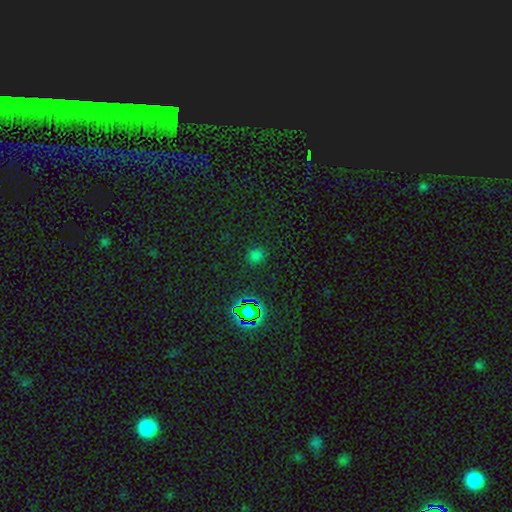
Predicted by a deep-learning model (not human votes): Smooth or featured? Predicted: smooth (p=0.67). How rounded? Predicted: round (p=0.84). Merging? Predicted: none (p=0.87).